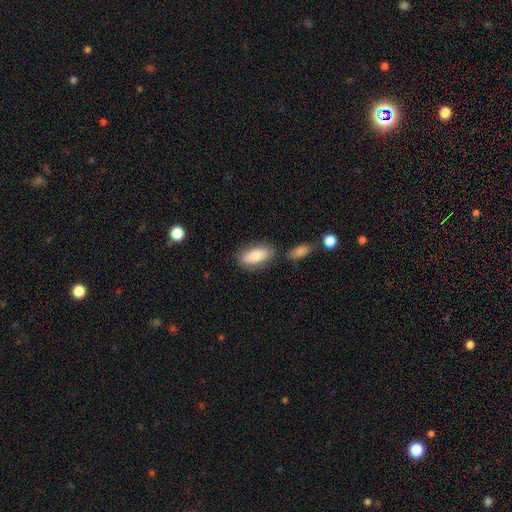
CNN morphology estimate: Smooth or featured? smooth (81%)
How rounded? in between (90%)
Merging? none (72%)